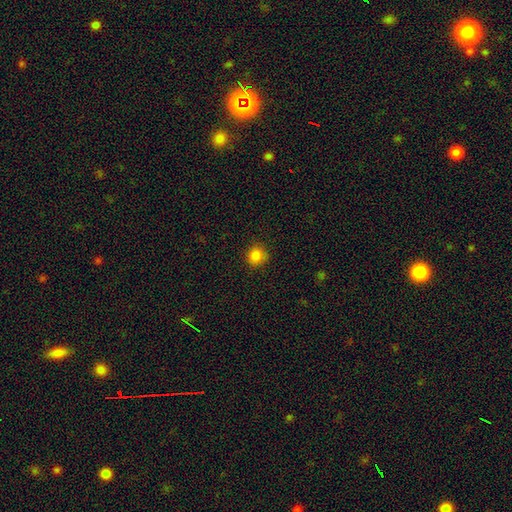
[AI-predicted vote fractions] Q: Smooth or featured?
A: smooth (84%); runner-up: star or artifact (12%)
Q: How rounded?
A: round (90%); runner-up: in between (10%)
Q: Merging?
A: none (87%); runner-up: minor disturbance (9%)